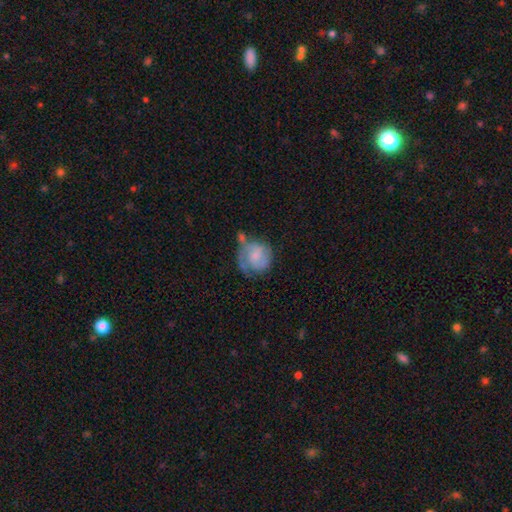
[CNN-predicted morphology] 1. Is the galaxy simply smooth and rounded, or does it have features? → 59% featured or disk, 34% smooth, 7% star or artifact.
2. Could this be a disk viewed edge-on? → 98% no, 2% yes.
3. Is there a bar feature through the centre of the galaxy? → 65% no, 30% weak, 5% strong.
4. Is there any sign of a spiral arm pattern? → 83% yes, 17% no.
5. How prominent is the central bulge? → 39% small, 27% moderate, 26% none, 7% large, 2% dominant.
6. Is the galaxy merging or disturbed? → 39% none, 26% minor disturbance, 21% major disturbance, 14% merger.